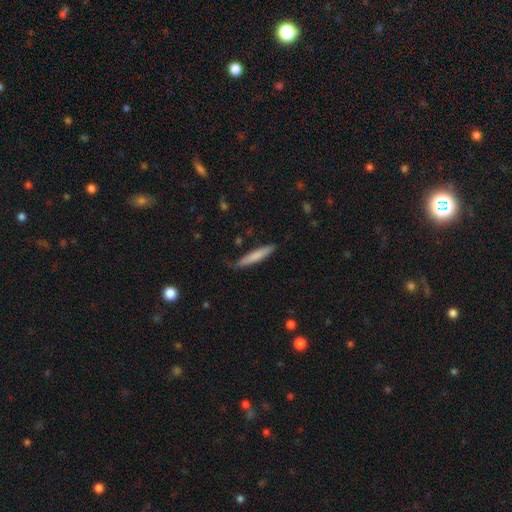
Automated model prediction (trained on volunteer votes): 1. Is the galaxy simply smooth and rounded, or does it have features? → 75% smooth, 20% featured or disk, 5% star or artifact.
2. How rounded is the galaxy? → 92% cigar-shaped, 7% in between, 1% round.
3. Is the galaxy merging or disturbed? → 77% none, 18% minor disturbance, 3% major disturbance, 2% merger.